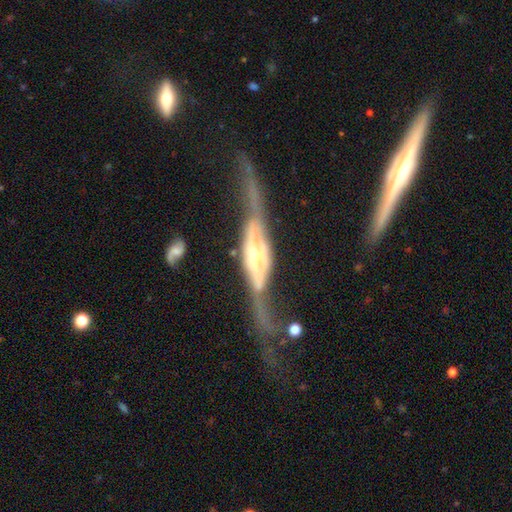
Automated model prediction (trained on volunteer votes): Smooth or featured? featured or disk (87%)
Edge-on disk? yes (71%)
Edge-on bulge? rounded (68%)
Merging? none (47%)